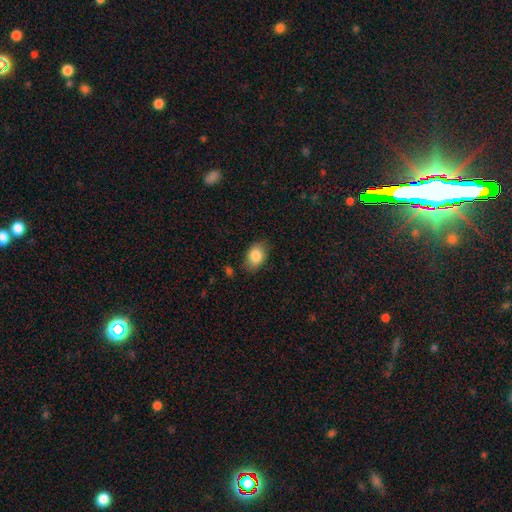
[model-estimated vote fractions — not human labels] Morphology: type=smooth (85%); roundness=in between (80%); merging=none (79%).